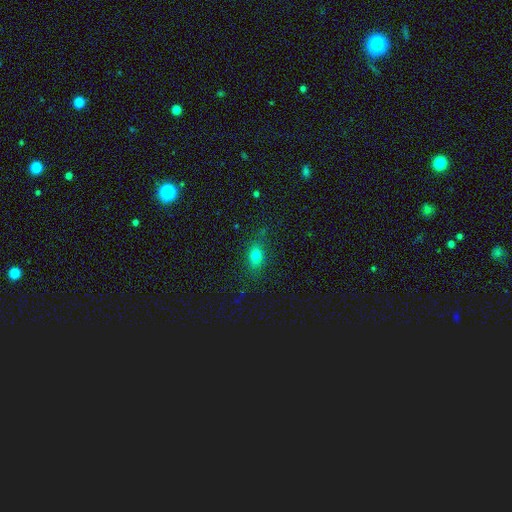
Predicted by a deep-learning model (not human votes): A smooth galaxy with no disk features (77%) that is in between round and cigar-shaped (72%). Merging: none (81%).